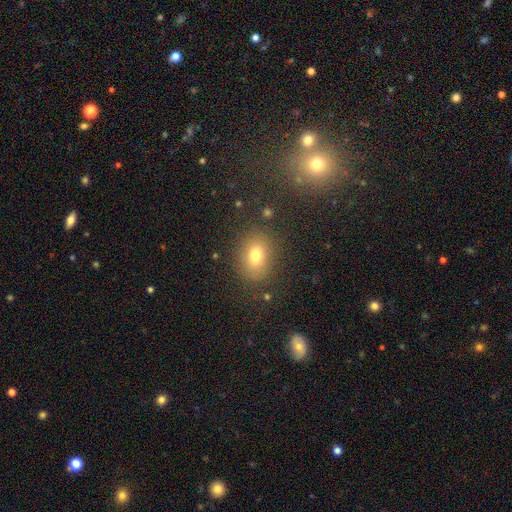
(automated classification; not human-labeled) smooth 73%, star or artifact 16%, featured or disk 11%. Down the decision tree: how rounded — in between (66%); merging — none (81%).